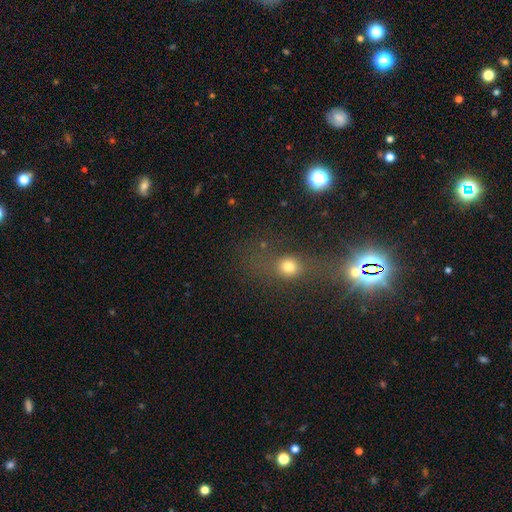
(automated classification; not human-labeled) Smooth or featured? star or artifact (50%)